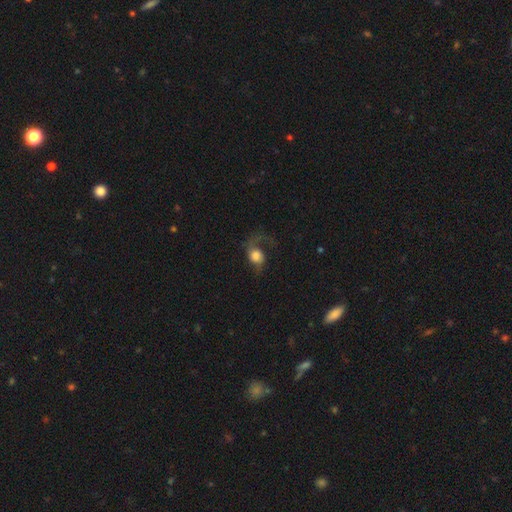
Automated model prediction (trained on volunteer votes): This appears to be a featured or disk galaxy (49%). Merging: major disturbance (44%).